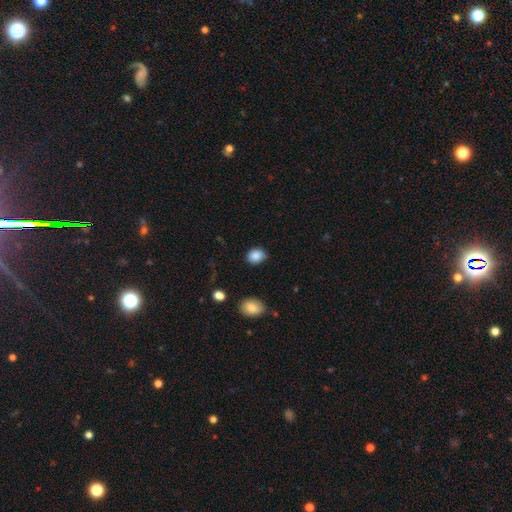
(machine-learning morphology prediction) Q: Smooth or featured?
A: smooth (87%); runner-up: star or artifact (9%)
Q: How rounded?
A: round (51%); runner-up: in between (48%)
Q: Merging?
A: none (81%); runner-up: minor disturbance (15%)